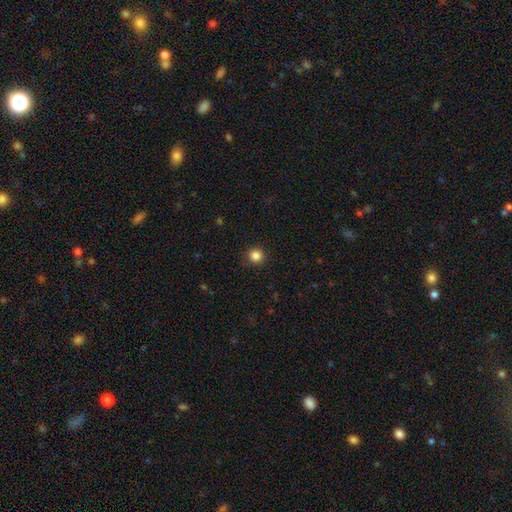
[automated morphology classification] Q: Smooth or featured?
A: smooth (85%); runner-up: star or artifact (12%)
Q: How rounded?
A: round (94%); runner-up: in between (5%)
Q: Merging?
A: none (90%); runner-up: minor disturbance (7%)